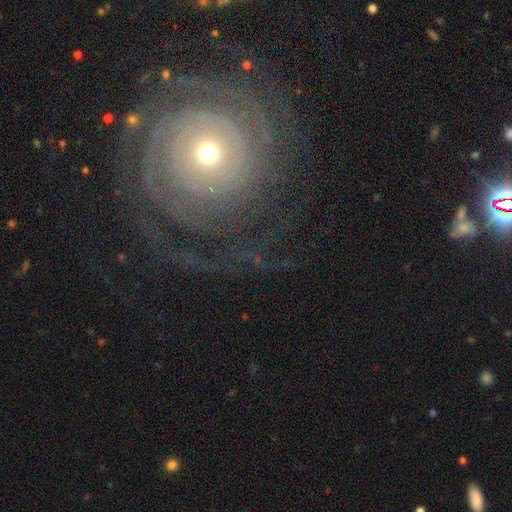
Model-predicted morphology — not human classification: This is clearly a featured or disk galaxy (84%). It is clearly not viewed edge-on (97%). Bar: clearly no (81%). Spiral arm pattern: clearly yes (94%). Spiral arm count: marginally can't tell (29%). Spiral winding: clearly tight (81%). Central bulge: possibly small (49%). Merging: likely none (74%).